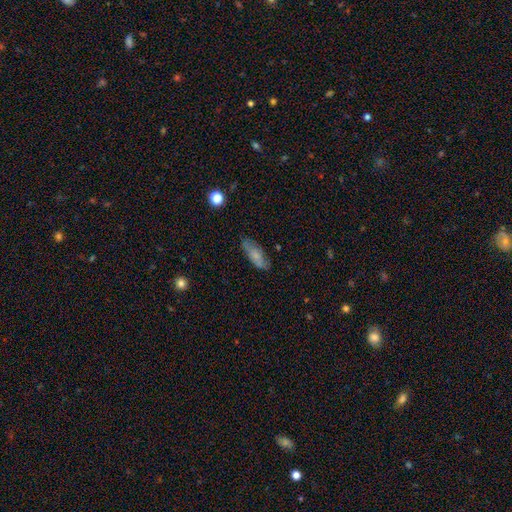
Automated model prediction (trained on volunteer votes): This is likely a smooth galaxy (63%). How rounded: likely in between (72%). Merging: likely none (73%).